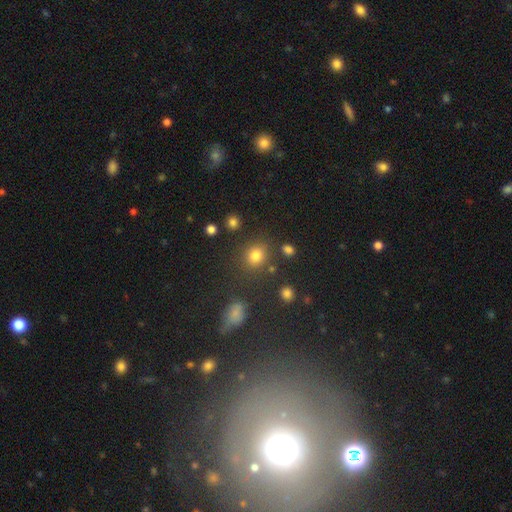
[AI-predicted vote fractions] This is likely a smooth galaxy (79%). How rounded: likely round (78%). Merging: likely none (78%).